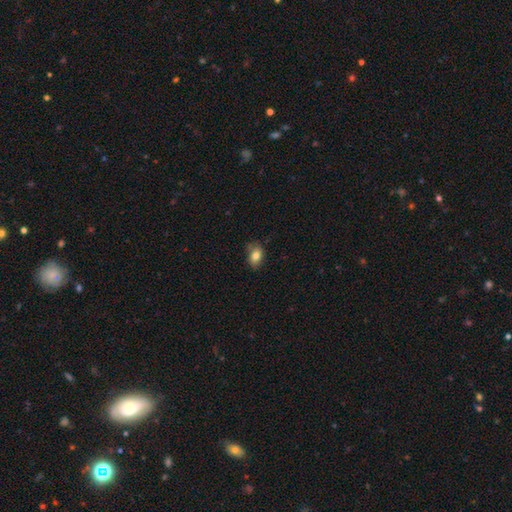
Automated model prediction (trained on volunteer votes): This appears to be a smooth galaxy with no disk features (79%) that is in between round and cigar-shaped (84%). Merging: none (70%).